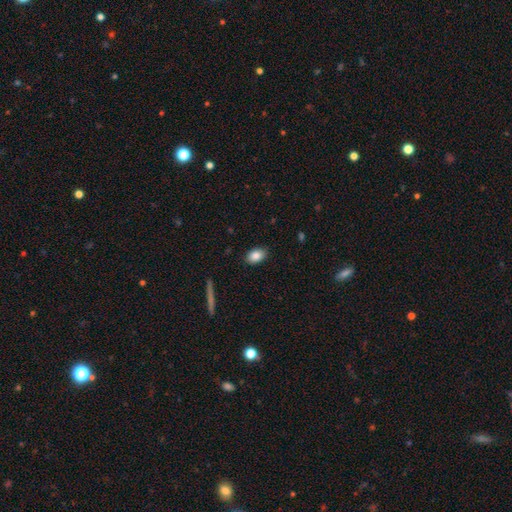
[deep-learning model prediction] A smooth galaxy with no disk features (85%) that is in between round and cigar-shaped (88%).

Vote fractions:
- Smooth or featured? smooth: 85% / star or artifact: 8% / featured or disk: 7%
- How rounded? in between: 88% / round: 11% / cigar-shaped: 2%
- Merging? none: 87% / minor disturbance: 10% / major disturbance: 2% / merger: 1%